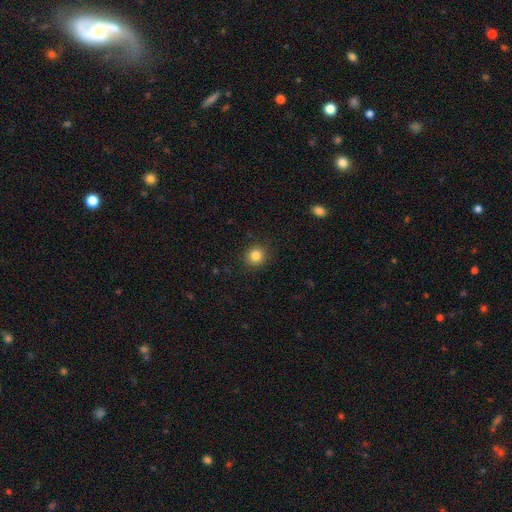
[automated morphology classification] Overall: smooth (84%). How rounded: round (90%). Merging: none (90%).